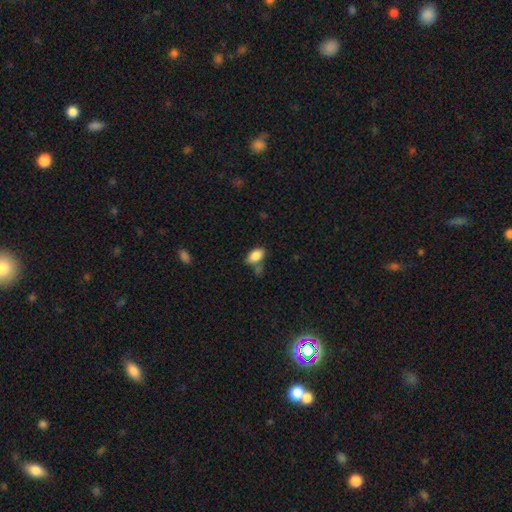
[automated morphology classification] This is clearly a smooth galaxy (85%). How rounded: clearly in between (92%). Merging: possibly none (59%).